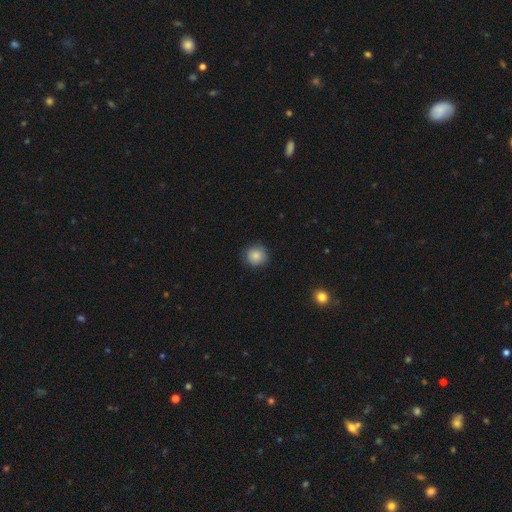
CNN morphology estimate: This appears to be a smooth galaxy with no disk features (85%) that is round (91%). Merging: none (85%).